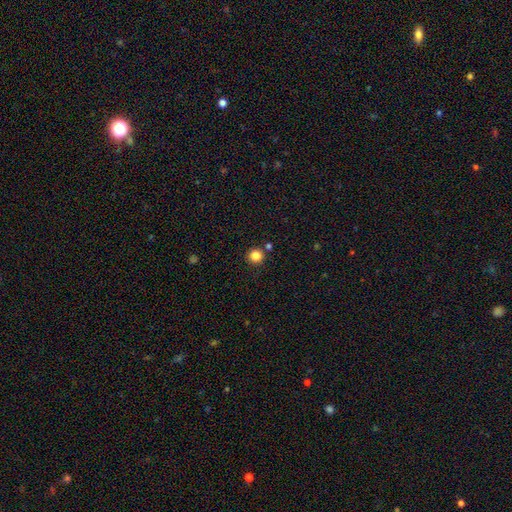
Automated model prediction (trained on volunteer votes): Q: Smooth or featured?
A: smooth (84%); runner-up: star or artifact (12%)
Q: How rounded?
A: round (94%); runner-up: in between (5%)
Q: Merging?
A: none (87%); runner-up: minor disturbance (6%)